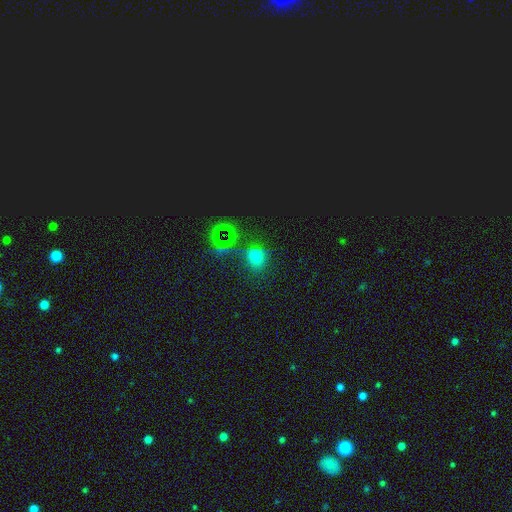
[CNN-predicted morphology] Smooth or featured: smooth — 57% (star or artifact — 35%)
How rounded: round — 74% (in between — 24%)
Merging: none — 72% (minor disturbance — 13%)